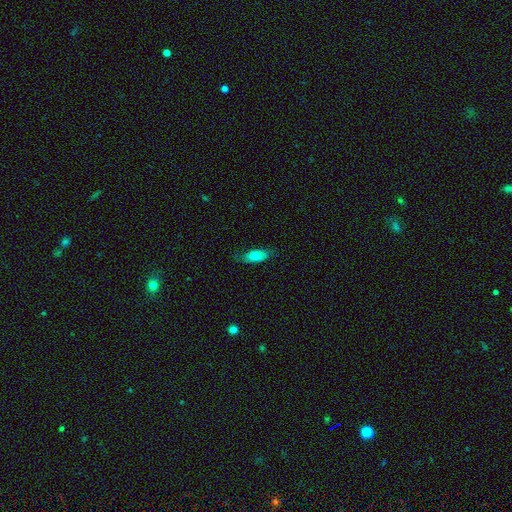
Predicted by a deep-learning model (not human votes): Smooth or featured?
  - smooth: 78% *
  - featured or disk: 15%
  - star or artifact: 7%
How rounded?
  - in between: 77% *
  - cigar-shaped: 21%
  - round: 3%
Merging?
  - none: 73% *
  - minor disturbance: 21%
  - major disturbance: 5%
  - merger: 1%